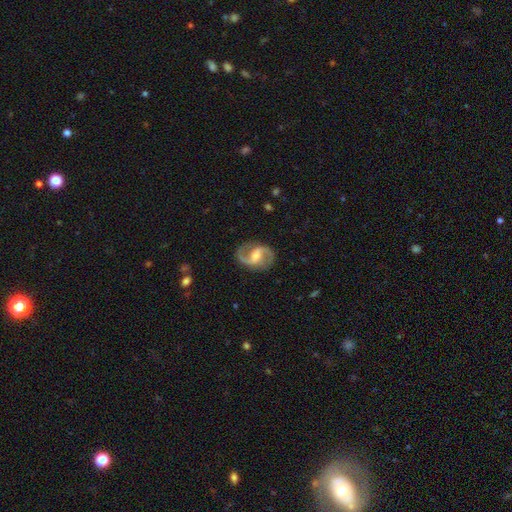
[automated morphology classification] A featured or disk galaxy (89%) with a weak bar (49%), 2 (94%) medium (56%) spiral arms (97%) and a moderate central bulge (52%). Merging: none (84%).